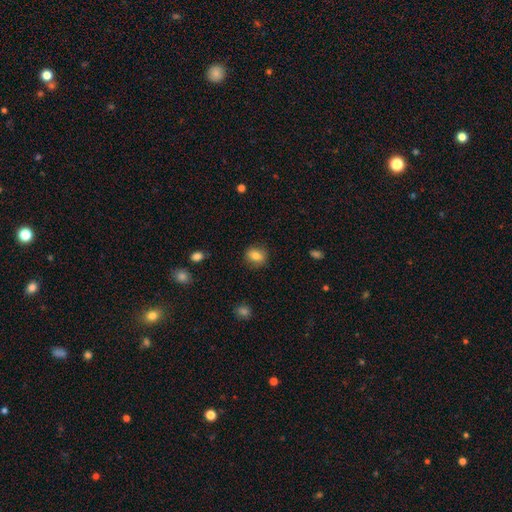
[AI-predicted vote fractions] A smooth galaxy with no disk features (82%) that is round (58%). Merging: none (85%).